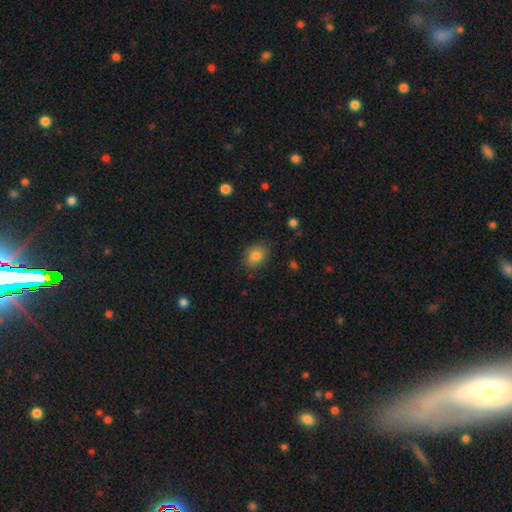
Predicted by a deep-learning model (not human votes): Overall: smooth (83%). How rounded: in between (64%; round 35%). Merging: none (82%).